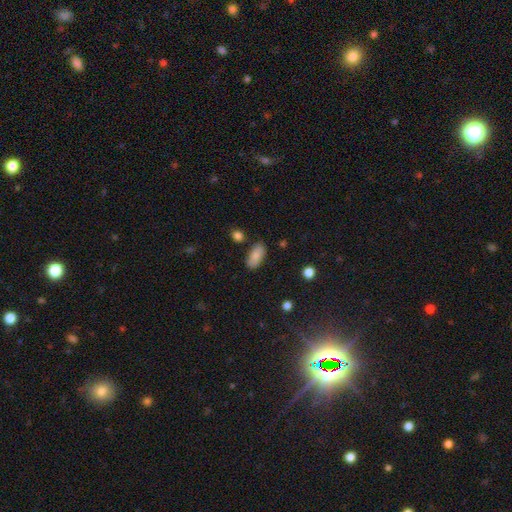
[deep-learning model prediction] smooth_or_featured: smooth (p=0.81) [alt: featured or disk p=0.12]
how_rounded: in between (p=0.91) [alt: cigar-shaped p=0.06]
merging: none (p=0.80) [alt: minor disturbance p=0.14]